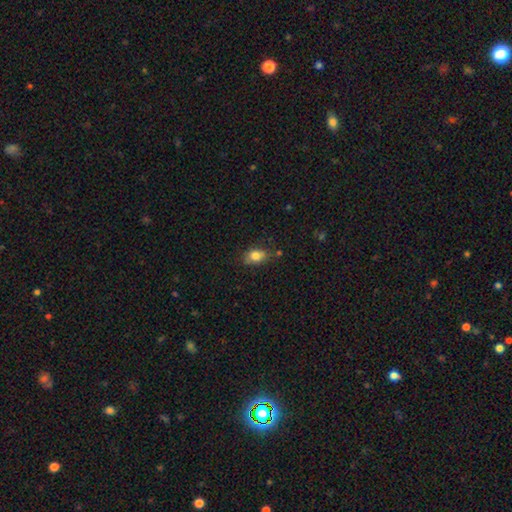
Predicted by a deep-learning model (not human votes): smooth-or-featured: smooth: 79% | featured or disk: 12% | star or artifact: 10%
  how-rounded: in between: 75% | round: 21% | cigar-shaped: 3%
  merging: none: 67% | minor disturbance: 23% | major disturbance: 5% | merger: 5%